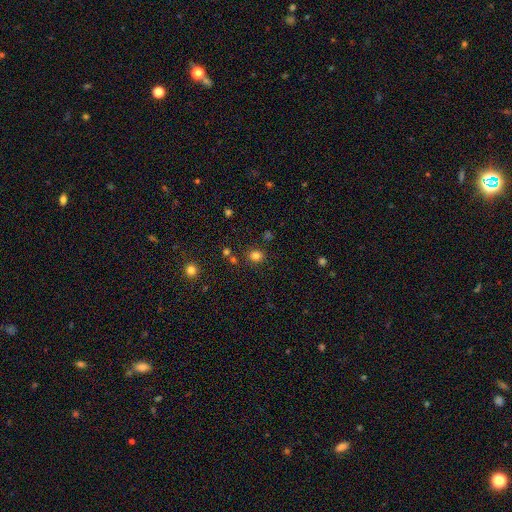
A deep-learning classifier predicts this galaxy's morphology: A smooth galaxy with no disk features (79%) that is round (75%).

Vote fractions:
- Smooth or featured? smooth: 79% / star or artifact: 15% / featured or disk: 5%
- How rounded? round: 75% / in between: 24% / cigar-shaped: 1%
- Merging? none: 84% / minor disturbance: 9% / merger: 4% / major disturbance: 3%